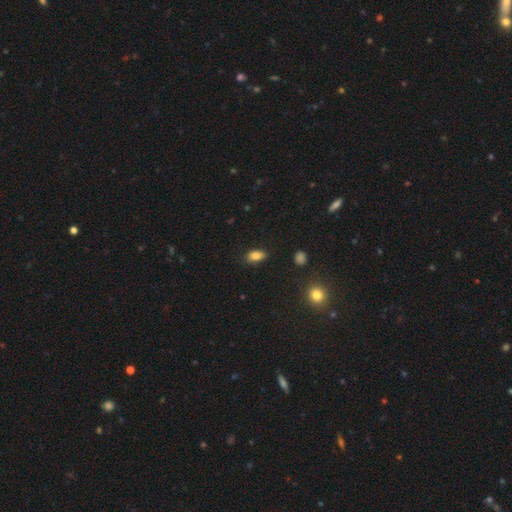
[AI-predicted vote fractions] smooth-or-featured: smooth: 84% | star or artifact: 10% | featured or disk: 6%
  how-rounded: in between: 88% | round: 8% | cigar-shaped: 4%
  merging: none: 81% | minor disturbance: 14% | major disturbance: 3% | merger: 2%